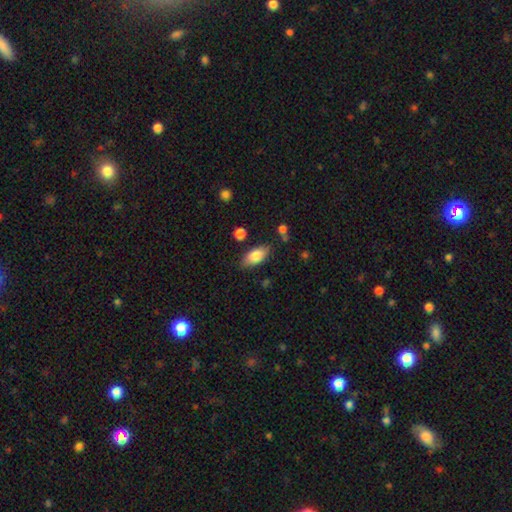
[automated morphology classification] A smooth galaxy with no disk features (81%) that is in between round and cigar-shaped (89%).

Vote fractions:
- Smooth or featured? smooth: 81% / featured or disk: 12% / star or artifact: 7%
- How rounded? in between: 89% / cigar-shaped: 8% / round: 3%
- Merging? none: 81% / minor disturbance: 13% / merger: 3% / major disturbance: 3%